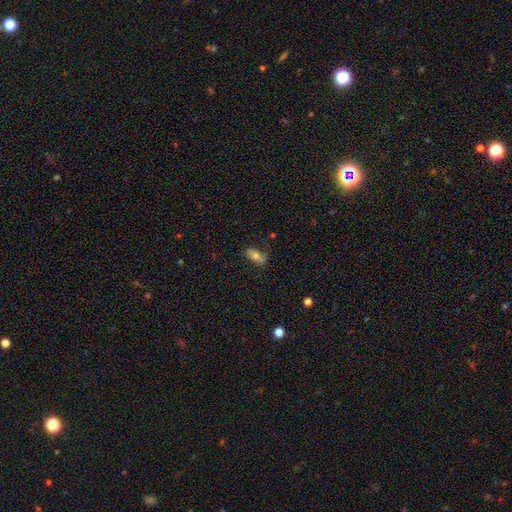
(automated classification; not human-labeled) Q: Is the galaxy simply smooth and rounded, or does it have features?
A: smooth — 58%.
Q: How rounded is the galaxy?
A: in between — 85%.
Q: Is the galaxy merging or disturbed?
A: none — 62%.